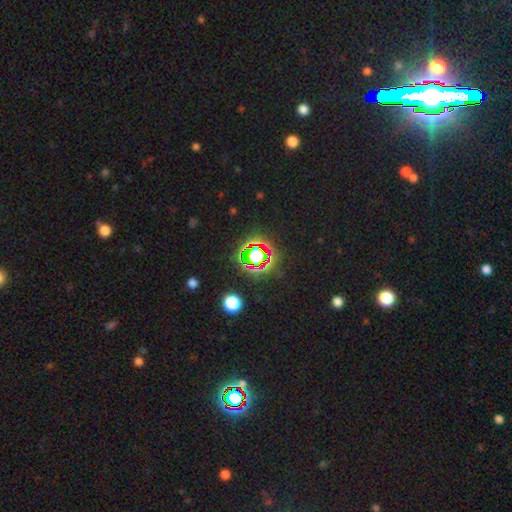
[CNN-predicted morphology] Q: Smooth or featured?
A: star or artifact (69%); runner-up: smooth (19%)